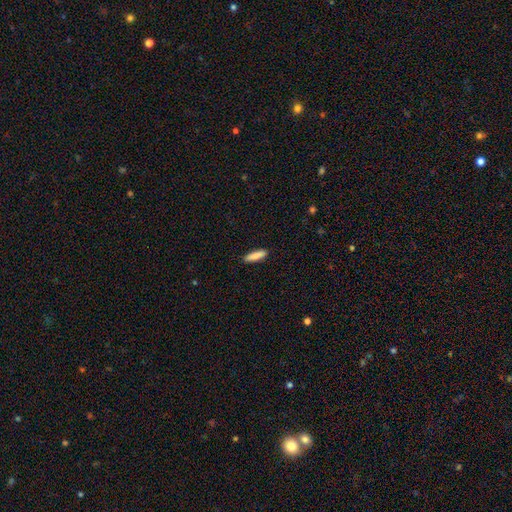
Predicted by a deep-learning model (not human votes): A smooth galaxy with no disk features (86%) that is cigar-shaped (71%). Merging: none (90%).